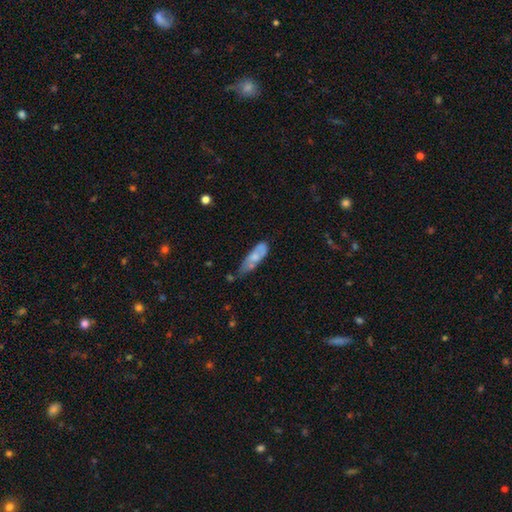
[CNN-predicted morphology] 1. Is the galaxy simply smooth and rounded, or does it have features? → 60% smooth, 33% featured or disk, 7% star or artifact.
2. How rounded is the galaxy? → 52% in between, 46% cigar-shaped, 2% round.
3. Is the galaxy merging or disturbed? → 38% minor disturbance, 33% none, 18% major disturbance, 10% merger.